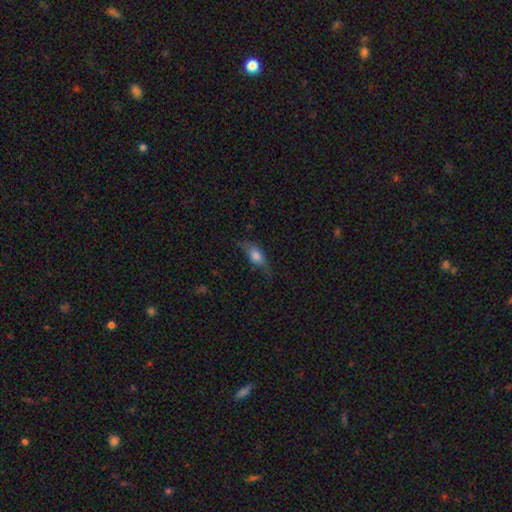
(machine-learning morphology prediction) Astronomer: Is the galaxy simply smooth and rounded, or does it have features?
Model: smooth — 68%.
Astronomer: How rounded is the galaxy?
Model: in between — 76%.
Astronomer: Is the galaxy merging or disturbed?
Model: none — 59%.